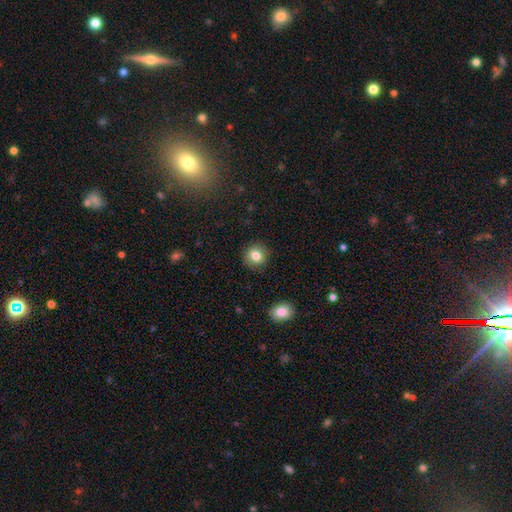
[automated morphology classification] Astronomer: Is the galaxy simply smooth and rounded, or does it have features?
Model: smooth — 82%.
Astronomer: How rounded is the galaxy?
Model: round — 86%.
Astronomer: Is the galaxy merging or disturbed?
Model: none — 90%.